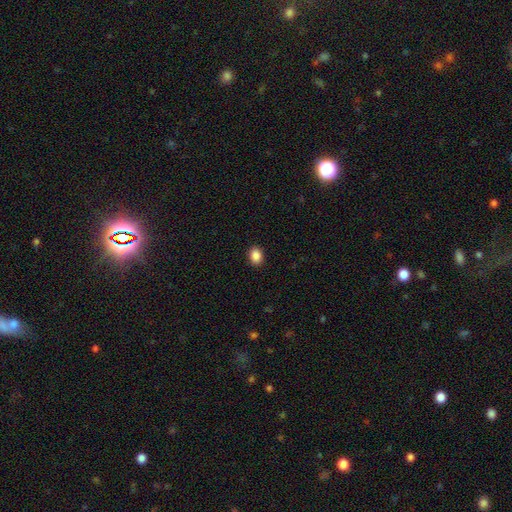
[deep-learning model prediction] smooth_or_featured: smooth (p=0.88) [alt: star or artifact p=0.09]
how_rounded: in between (p=0.60) [alt: round p=0.39]
merging: none (p=0.91) [alt: minor disturbance p=0.06]